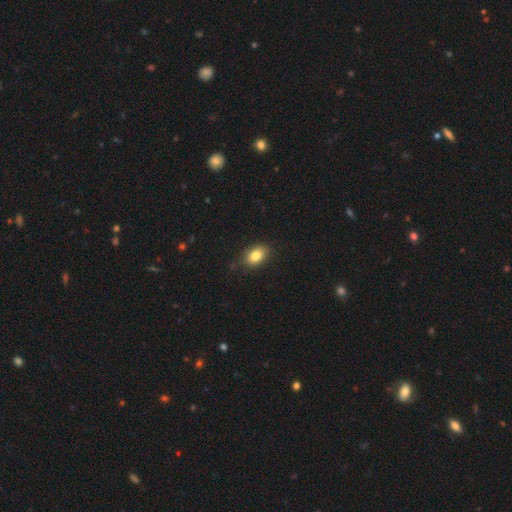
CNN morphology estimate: Smooth or featured?
  - smooth: 83% *
  - star or artifact: 9%
  - featured or disk: 8%
How rounded?
  - in between: 81% *
  - round: 18%
  - cigar-shaped: 2%
Merging?
  - none: 83% *
  - minor disturbance: 14%
  - major disturbance: 3%
  - merger: 1%